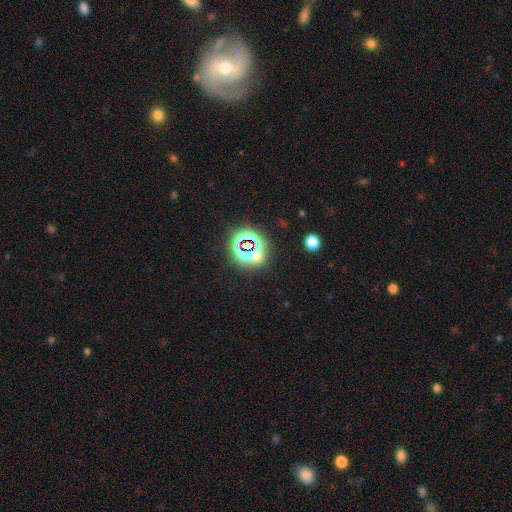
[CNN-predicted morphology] This is likely a star or artifact rather than a galaxy (68%).